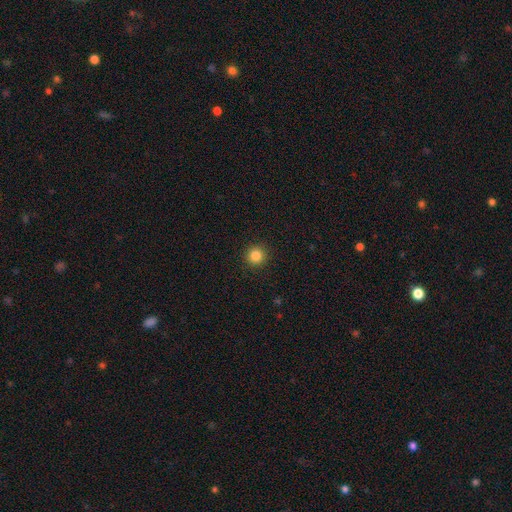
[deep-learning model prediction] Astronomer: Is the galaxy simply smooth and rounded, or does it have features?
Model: smooth — 84%.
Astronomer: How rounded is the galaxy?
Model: round — 95%.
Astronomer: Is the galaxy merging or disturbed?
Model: none — 92%.